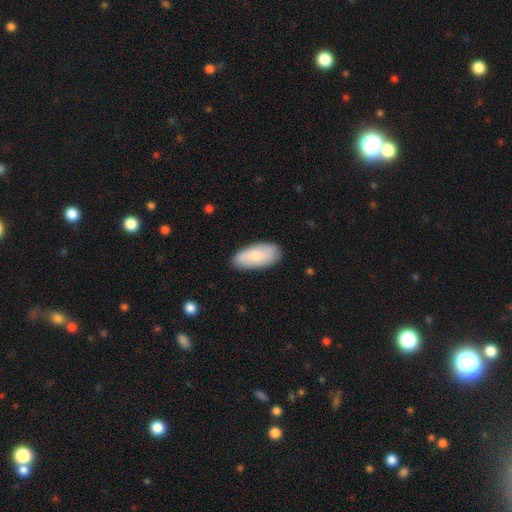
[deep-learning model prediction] Morphology: type=smooth (73%); roundness=in between (91%); merging=none (84%).